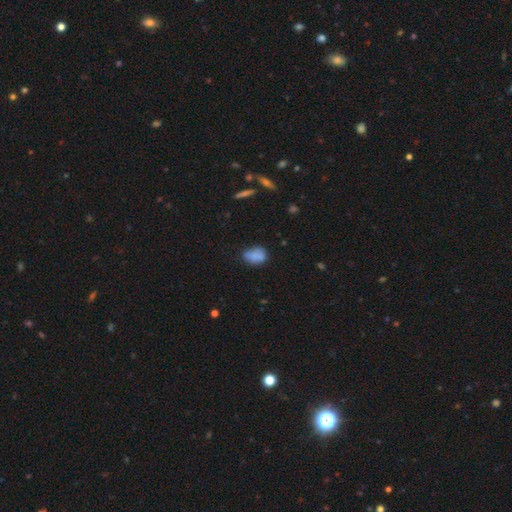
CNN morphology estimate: Q: Smooth or featured?
A: smooth (80%); runner-up: featured or disk (11%)
Q: How rounded?
A: in between (77%); runner-up: round (21%)
Q: Merging?
A: none (60%); runner-up: minor disturbance (29%)